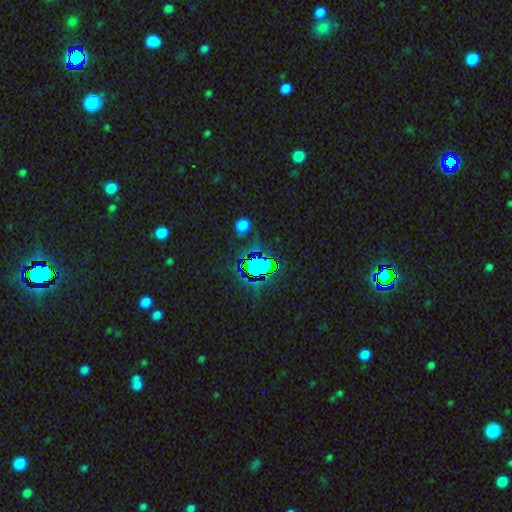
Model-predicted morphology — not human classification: A star or artifact, not a galaxy (83%).

Vote fractions:
- Smooth or featured? star or artifact: 83% / smooth: 10% / featured or disk: 7%